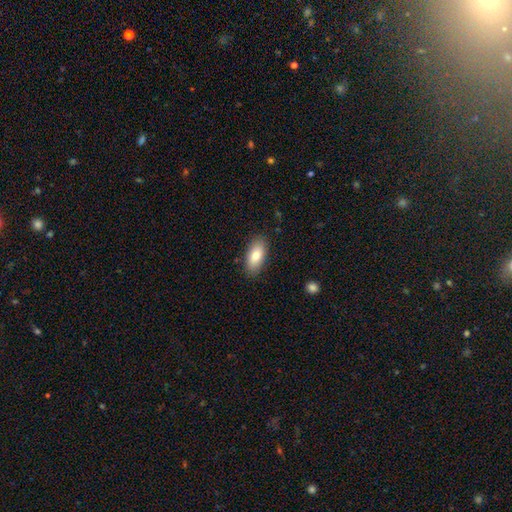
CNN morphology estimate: type=smooth (80%); roundness=in between (90%); merging=none (87%).